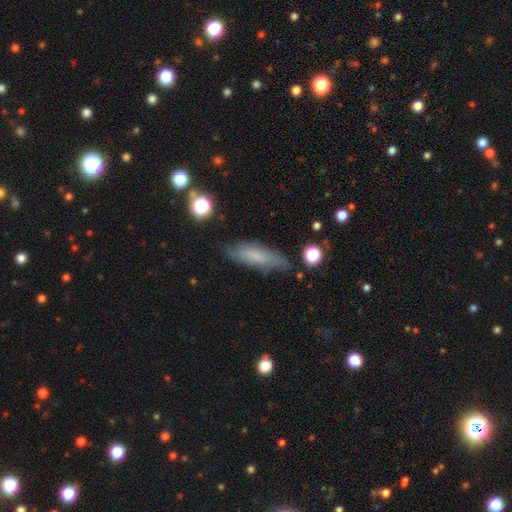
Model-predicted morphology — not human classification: Smooth or featured? Predicted: smooth (p=0.66). How rounded? Predicted: cigar-shaped (p=0.49). Merging? Predicted: none (p=0.75).